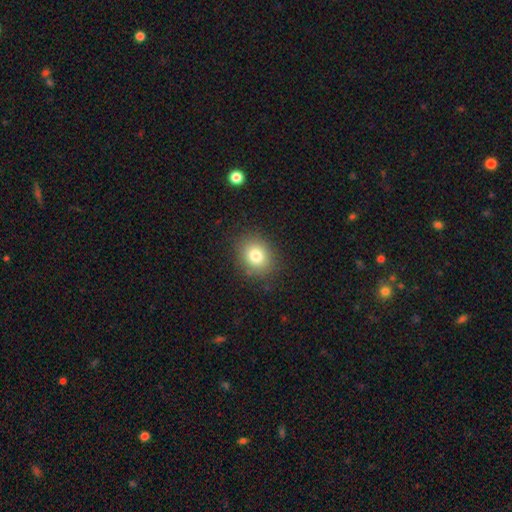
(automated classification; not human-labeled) Smooth or featured? smooth (80%)
How rounded? round (66%)
Merging? none (86%)